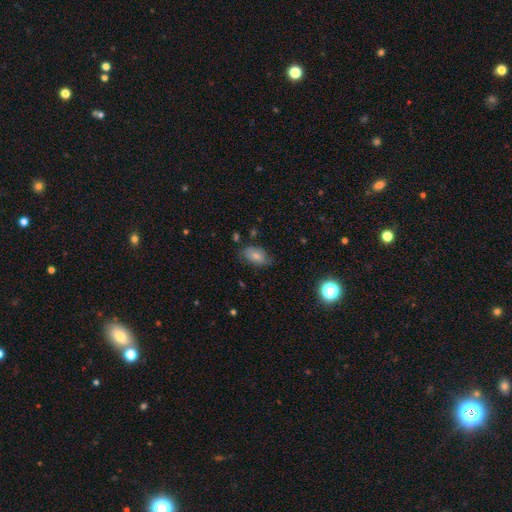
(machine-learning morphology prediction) This is likely a smooth galaxy (70%). How rounded: clearly in between (91%). Merging: likely none (66%).